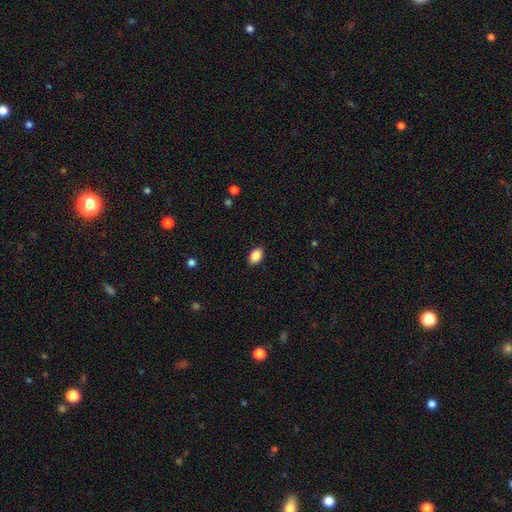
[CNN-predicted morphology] type=smooth (87%); roundness=in between (89%); merging=none (89%).